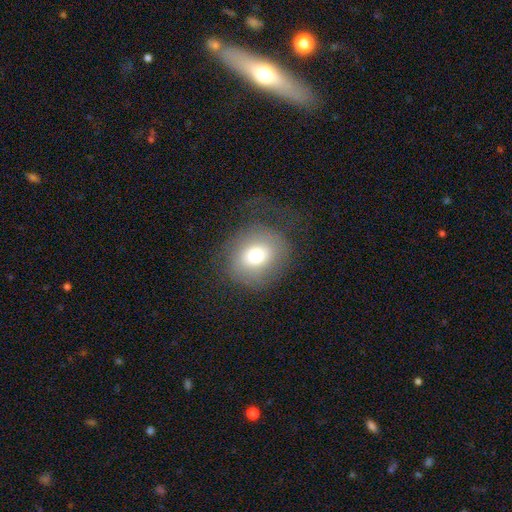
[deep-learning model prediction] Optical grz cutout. It shows a smooth galaxy with no disk features (69%) that is round (78%). Merging: none (56%).